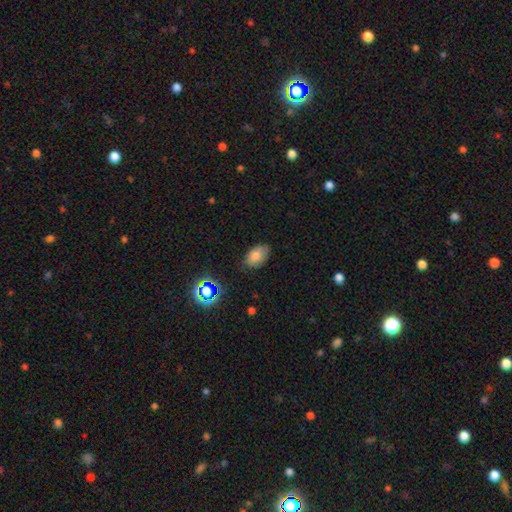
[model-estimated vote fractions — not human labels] Overall: smooth (77%). How rounded: in between (87%). Merging: none (72%).